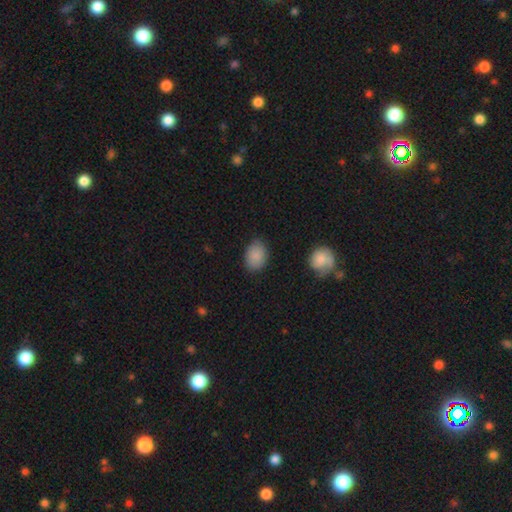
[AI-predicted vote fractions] A smooth galaxy with no disk features (88%) that is in between round and cigar-shaped (76%). Merging: none (81%).